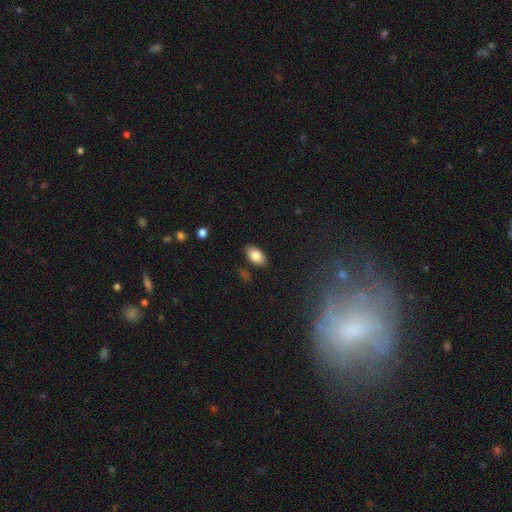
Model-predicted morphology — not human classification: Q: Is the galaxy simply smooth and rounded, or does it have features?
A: smooth — 83%.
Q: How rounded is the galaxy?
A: in between — 92%.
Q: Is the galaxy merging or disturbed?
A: none — 85%.